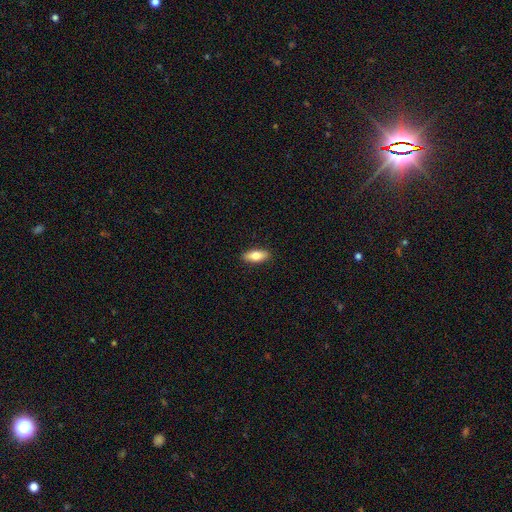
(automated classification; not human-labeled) Q: Smooth or featured?
A: smooth (77%); runner-up: featured or disk (17%)
Q: How rounded?
A: in between (75%); runner-up: cigar-shaped (23%)
Q: Merging?
A: none (90%); runner-up: minor disturbance (7%)